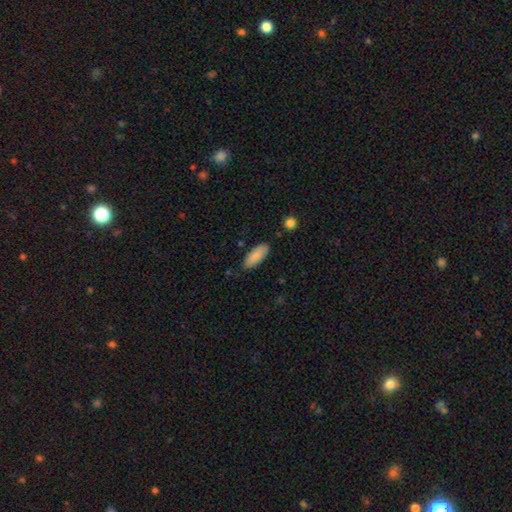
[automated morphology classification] type=smooth (88%); roundness=in between (80%); merging=none (84%).